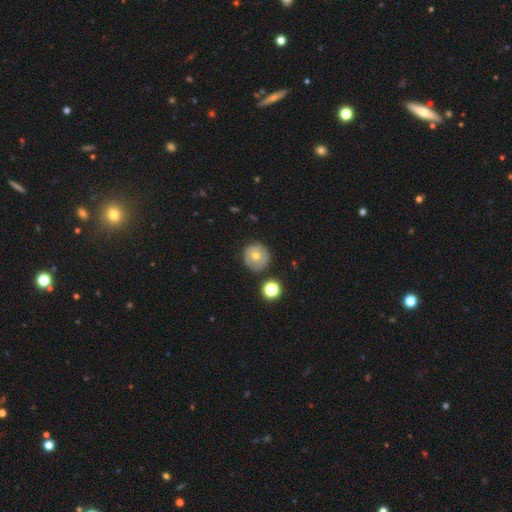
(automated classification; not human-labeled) smooth 61%, featured or disk 28%, star or artifact 11%. Down the decision tree: how rounded — round (94%); merging — none (85%).